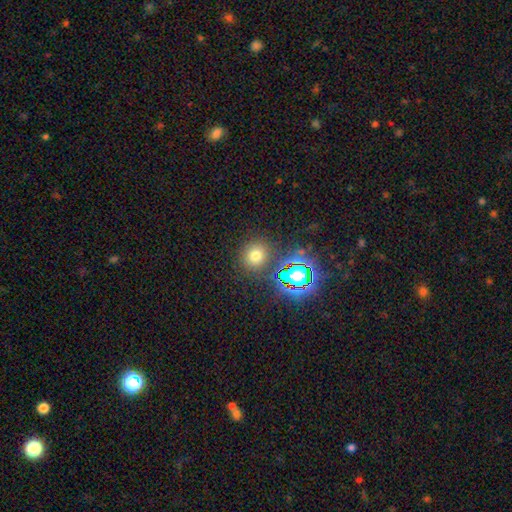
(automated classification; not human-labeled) This is likely a smooth galaxy (66%). How rounded: clearly round (85%). Merging: clearly none (84%).